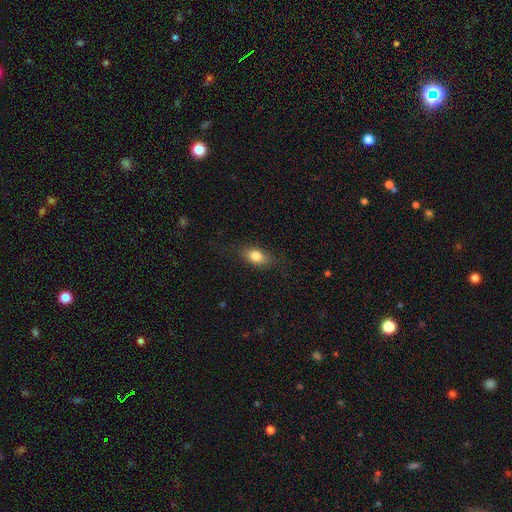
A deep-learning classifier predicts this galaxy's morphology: This is likely a smooth galaxy (79%). How rounded: clearly in between (82%). Merging: clearly none (81%).